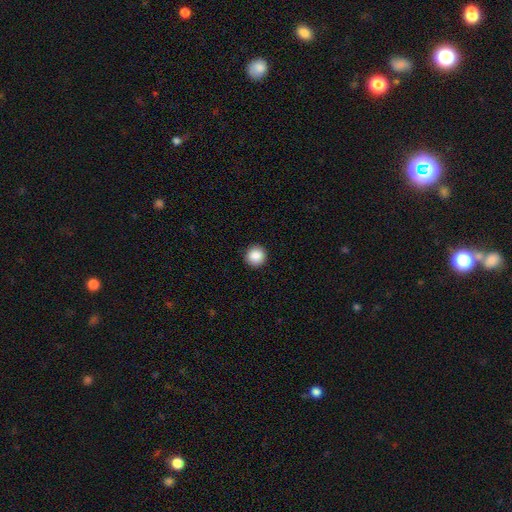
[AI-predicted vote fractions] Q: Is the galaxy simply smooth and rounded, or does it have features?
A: smooth — 87%.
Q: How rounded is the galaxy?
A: round — 96%.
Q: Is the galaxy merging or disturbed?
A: none — 93%.